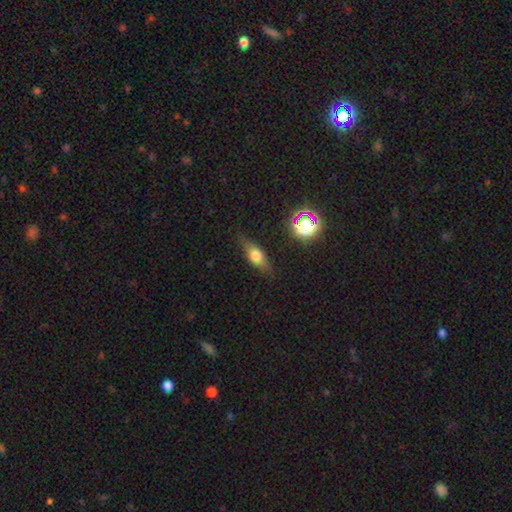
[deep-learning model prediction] The model was most divided on "smooth or featured": smooth: 49%, featured or disk: 40%, star or artifact: 11%. More confident: merging — none (79%).